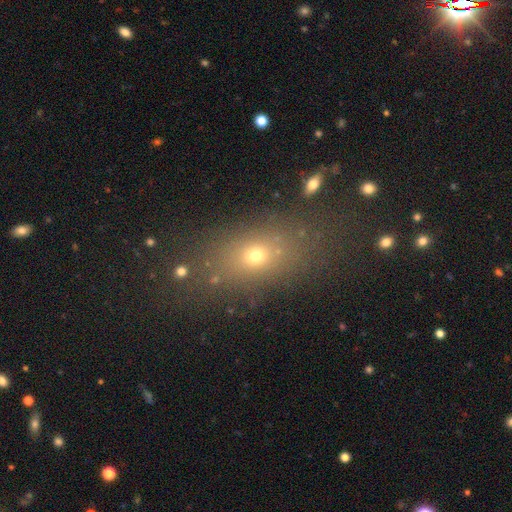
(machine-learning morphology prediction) type=smooth (61%); roundness=in between (65%); merging=none (79%).